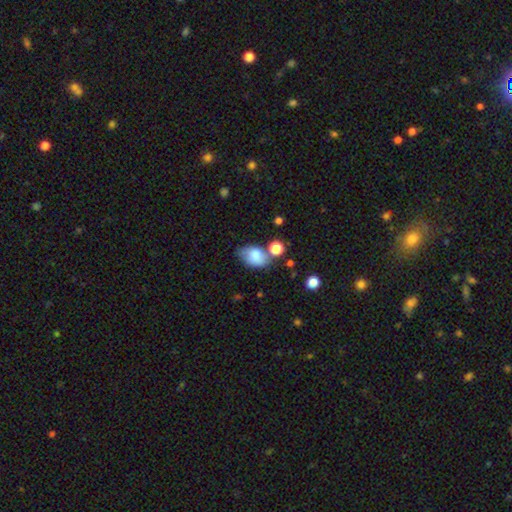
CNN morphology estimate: A smooth galaxy with no disk features (79%) that is in between round and cigar-shaped (84%). Merging: none (48%).